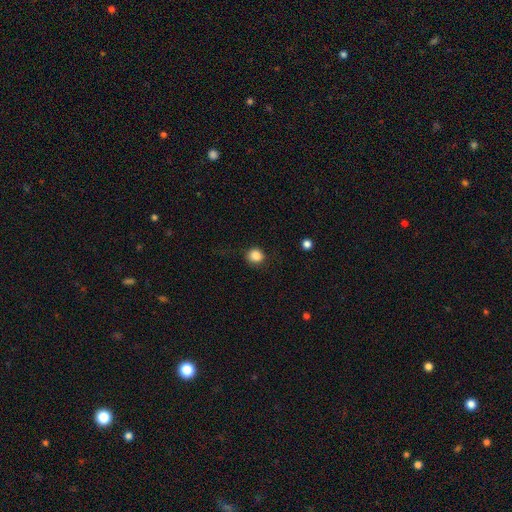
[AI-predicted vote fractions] A smooth galaxy with no disk features (86%) that is round (89%).

Vote fractions:
- Smooth or featured? smooth: 86% / star or artifact: 10% / featured or disk: 3%
- How rounded? round: 89% / in between: 10% / cigar-shaped: 1%
- Merging? none: 86% / minor disturbance: 9% / major disturbance: 3% / merger: 1%